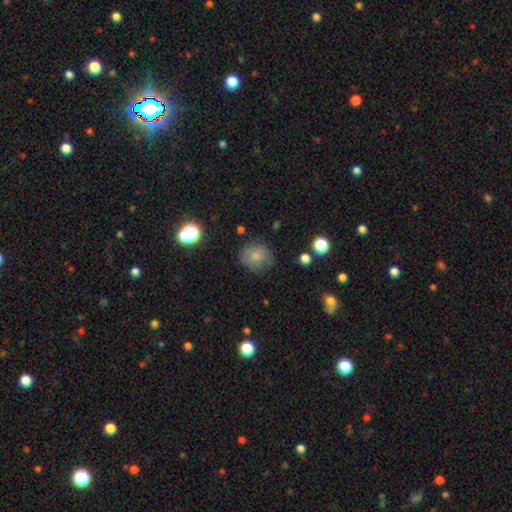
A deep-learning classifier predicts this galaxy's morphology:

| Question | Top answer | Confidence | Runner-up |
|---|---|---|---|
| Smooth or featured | smooth | 71% | featured or disk (18%) |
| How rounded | round | 85% | in between (14%) |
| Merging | none | 72% | minor disturbance (19%) |